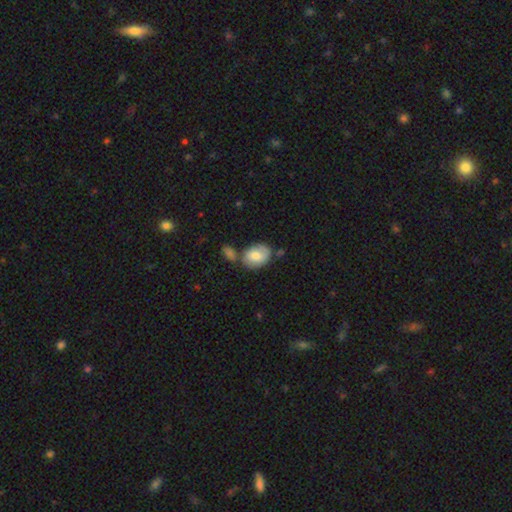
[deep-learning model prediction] A smooth galaxy with no disk features (69%) that is in between round and cigar-shaped (71%).

Vote fractions:
- Smooth or featured? smooth: 69% / featured or disk: 25% / star or artifact: 7%
- How rounded? in between: 71% / round: 27% / cigar-shaped: 1%
- Merging? none: 50% / merger: 23% / minor disturbance: 20% / major disturbance: 6%